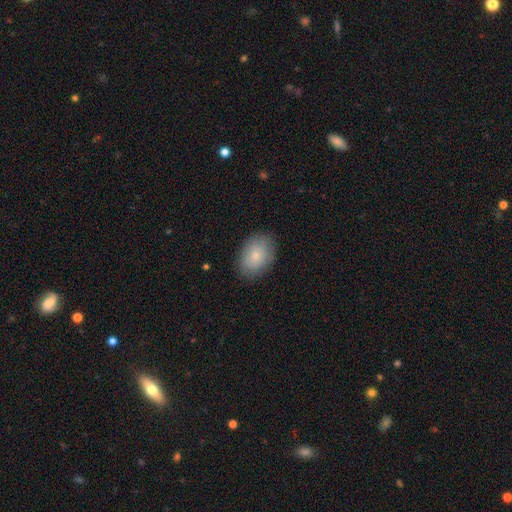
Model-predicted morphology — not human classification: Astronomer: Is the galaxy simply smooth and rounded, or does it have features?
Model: smooth — 82%.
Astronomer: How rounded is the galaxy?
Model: in between — 80%.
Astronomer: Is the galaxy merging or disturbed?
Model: none — 84%.